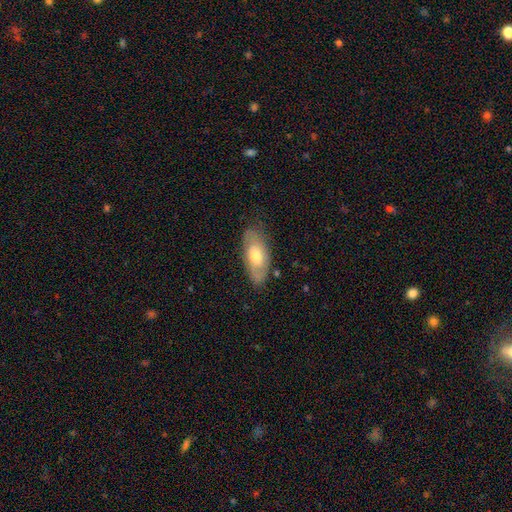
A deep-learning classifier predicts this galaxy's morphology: A smooth galaxy with no disk features (55%) that is in between round and cigar-shaped (84%). Merging: none (74%).